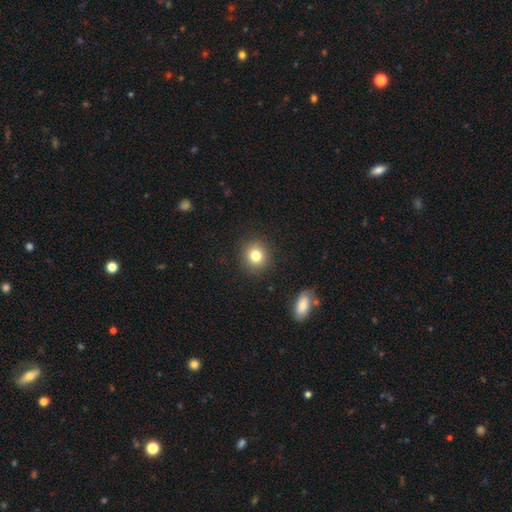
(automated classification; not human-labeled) Q: Smooth or featured?
A: smooth (81%); runner-up: star or artifact (11%)
Q: How rounded?
A: round (86%); runner-up: in between (13%)
Q: Merging?
A: none (90%); runner-up: minor disturbance (7%)